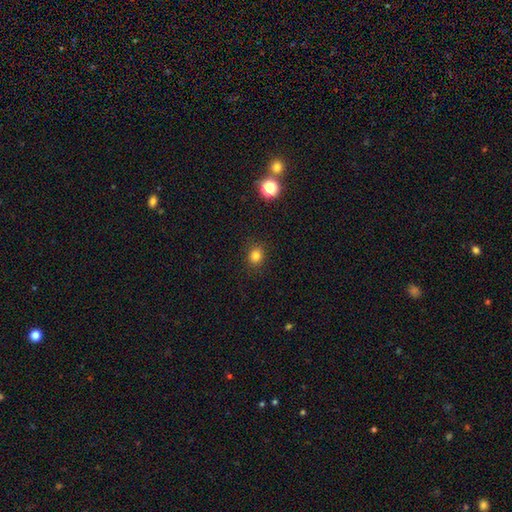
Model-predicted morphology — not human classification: This is clearly a smooth galaxy (81%). How rounded: likely round (77%). Merging: clearly none (89%).